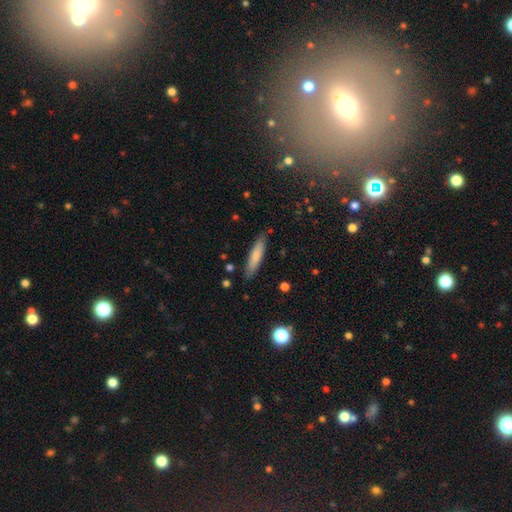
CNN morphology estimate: Smooth or featured? smooth (76%)
How rounded? cigar-shaped (82%)
Merging? none (86%)